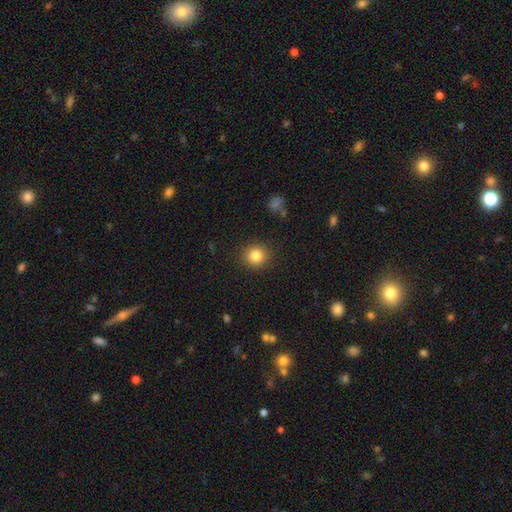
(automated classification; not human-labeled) Smooth or featured? smooth (83%)
How rounded? round (90%)
Merging? none (90%)